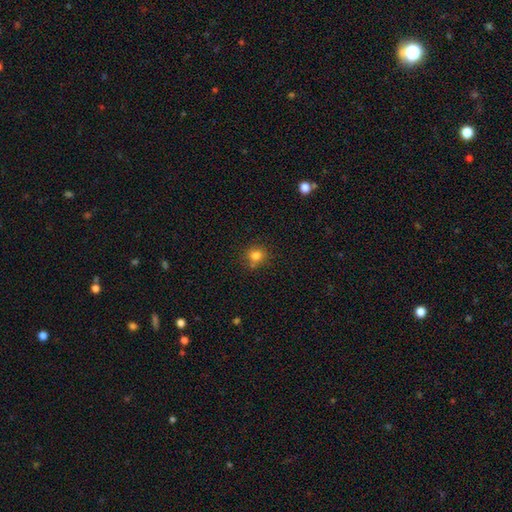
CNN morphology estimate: This is likely a smooth galaxy (79%). How rounded: likely round (76%). Merging: likely none (68%).